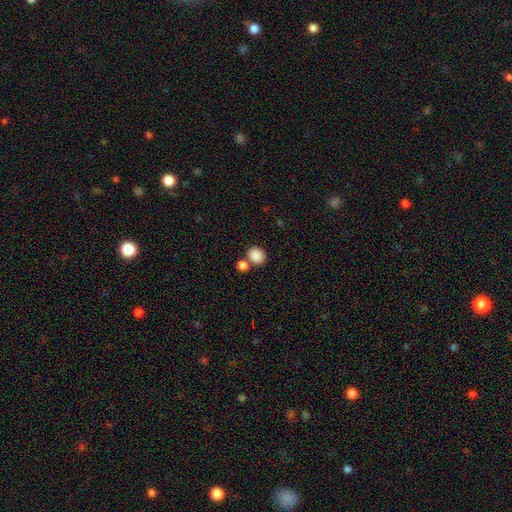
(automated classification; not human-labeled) smooth-or-featured: smooth: 87% | star or artifact: 9% | featured or disk: 4%
  how-rounded: round: 68% | in between: 31% | cigar-shaped: 1%
  merging: none: 62% | merger: 26% | minor disturbance: 8% | major disturbance: 3%